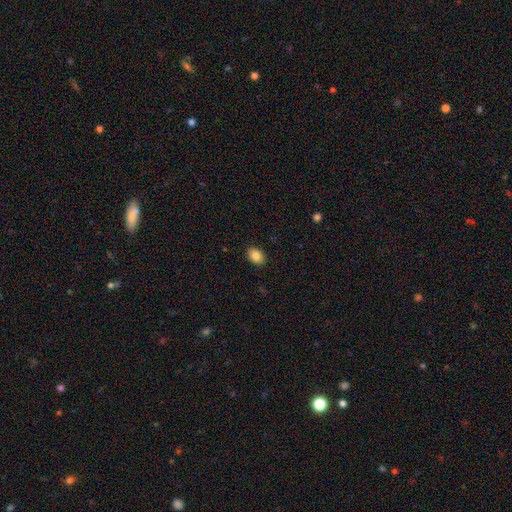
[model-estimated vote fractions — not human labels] Morphology: type=smooth (86%); roundness=in between (76%); merging=none (90%).